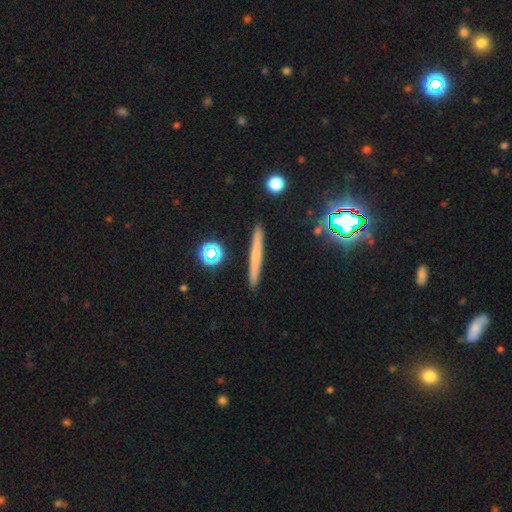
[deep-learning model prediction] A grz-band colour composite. It shows a smooth galaxy with no disk features (53%) that is cigar-shaped (95%). Merging: none (91%).